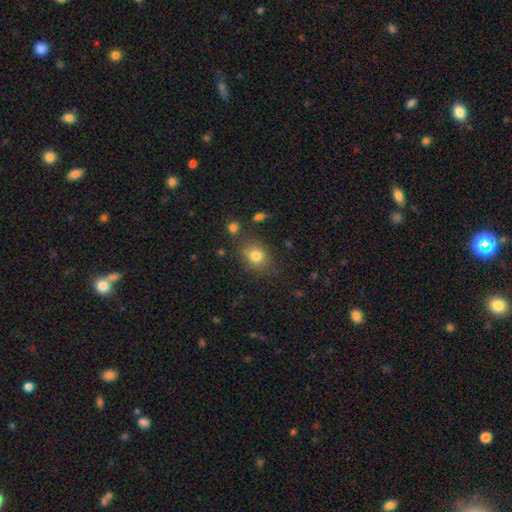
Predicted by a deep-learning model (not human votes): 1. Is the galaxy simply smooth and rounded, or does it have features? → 81% smooth, 11% star or artifact, 8% featured or disk.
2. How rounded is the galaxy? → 58% round, 41% in between, 1% cigar-shaped.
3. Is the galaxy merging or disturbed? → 75% none, 15% minor disturbance, 6% merger, 5% major disturbance.